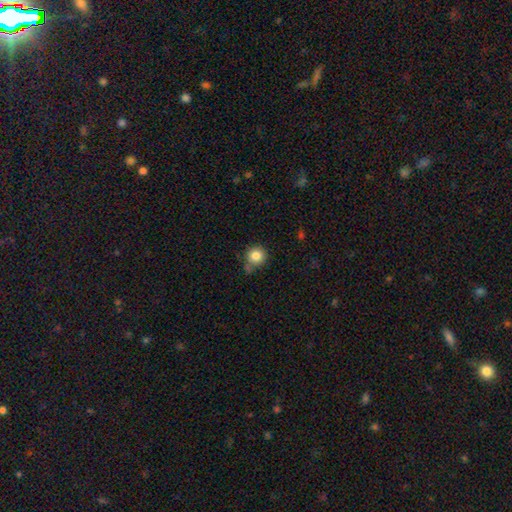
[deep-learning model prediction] The model was most divided on "merging": none: 68%, minor disturbance: 18%, merger: 9%, major disturbance: 5%. More confident: how rounded — round (89%); smooth or featured — smooth (83%).